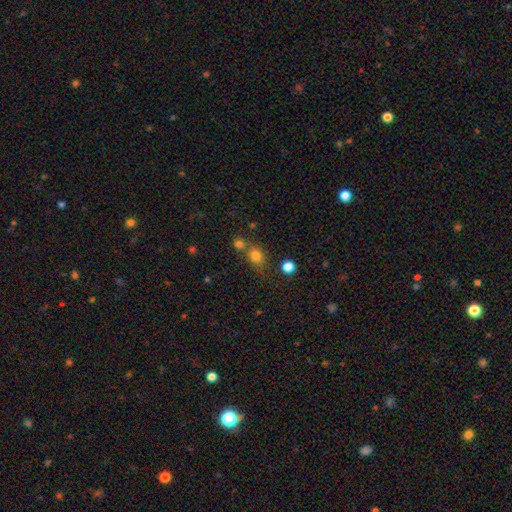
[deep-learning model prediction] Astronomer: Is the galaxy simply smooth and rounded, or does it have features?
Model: smooth — 77%.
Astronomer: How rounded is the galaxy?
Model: round — 76%.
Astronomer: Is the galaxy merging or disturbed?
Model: none — 55%.